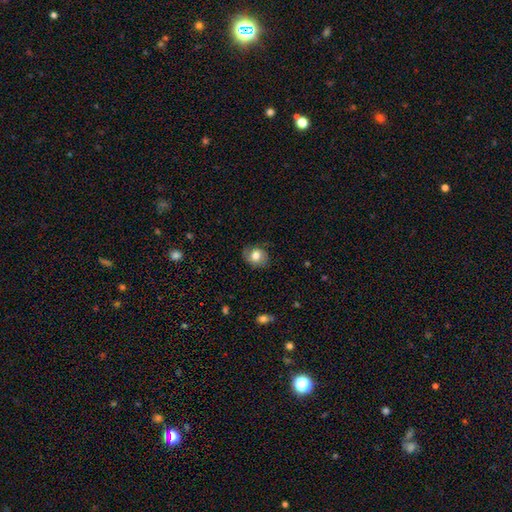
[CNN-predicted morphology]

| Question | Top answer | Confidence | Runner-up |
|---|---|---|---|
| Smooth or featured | smooth | 74% | featured or disk (17%) |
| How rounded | round | 67% | in between (32%) |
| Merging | none | 75% | minor disturbance (19%) |